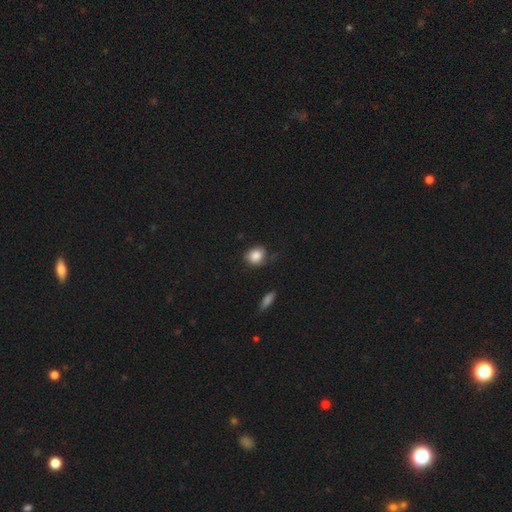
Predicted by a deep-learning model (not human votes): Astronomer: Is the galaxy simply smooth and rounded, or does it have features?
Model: smooth — 84%.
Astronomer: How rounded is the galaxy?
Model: round — 57% (runner-up: in between, 41%).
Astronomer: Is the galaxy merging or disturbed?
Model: none — 62%.